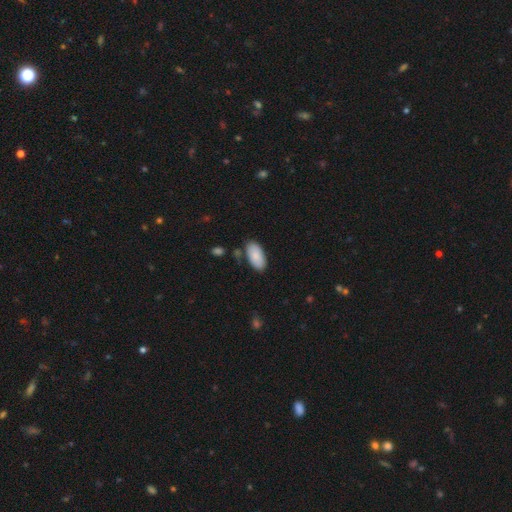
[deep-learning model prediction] A smooth galaxy with no disk features (86%) that is in between round and cigar-shaped (94%).

Vote fractions:
- Smooth or featured? smooth: 86% / featured or disk: 8% / star or artifact: 6%
- How rounded? in between: 94% / cigar-shaped: 4% / round: 2%
- Merging? none: 77% / minor disturbance: 14% / merger: 5% / major disturbance: 3%